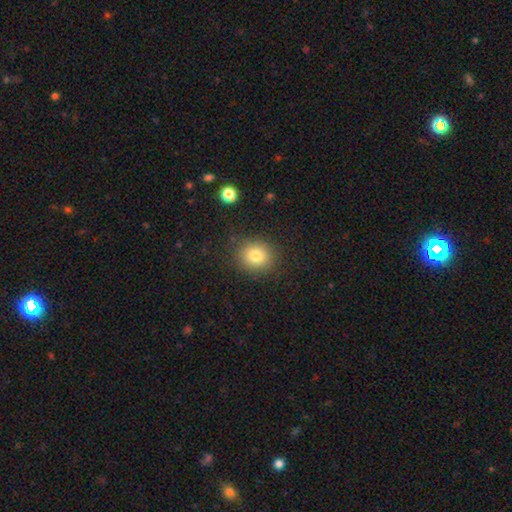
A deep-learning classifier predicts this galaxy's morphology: Smooth or featured: smooth — 80% (star or artifact — 12%)
How rounded: round — 78% (in between — 21%)
Merging: none — 87% (minor disturbance — 9%)